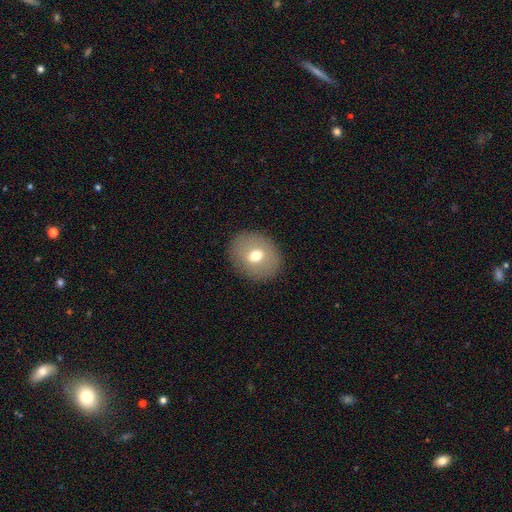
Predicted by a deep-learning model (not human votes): Morphology: type=smooth (67%); roundness=round (63%); merging=none (87%).